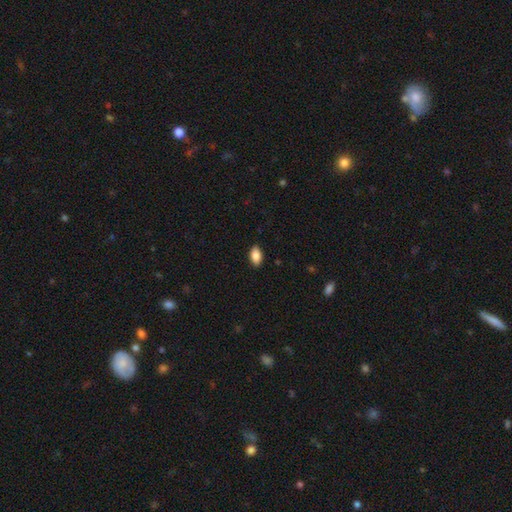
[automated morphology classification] This appears to be a smooth galaxy with no disk features (87%) that is in between round and cigar-shaped (93%). Merging: none (89%).